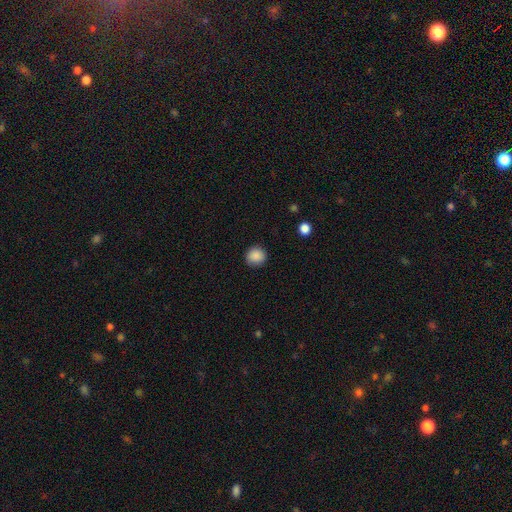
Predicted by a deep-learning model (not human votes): This appears to be a smooth galaxy with no disk features (88%) that is round (91%). Merging: none (89%).